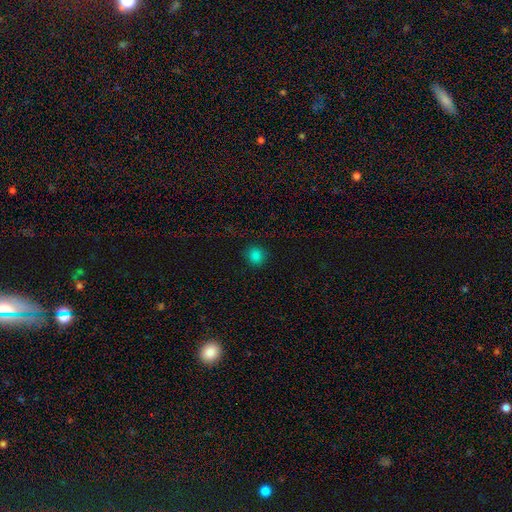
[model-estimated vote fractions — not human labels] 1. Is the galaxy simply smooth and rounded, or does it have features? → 83% smooth, 14% star or artifact, 3% featured or disk.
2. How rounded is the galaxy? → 88% round, 11% in between, 1% cigar-shaped.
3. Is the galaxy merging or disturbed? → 89% none, 7% minor disturbance, 2% major disturbance, 1% merger.